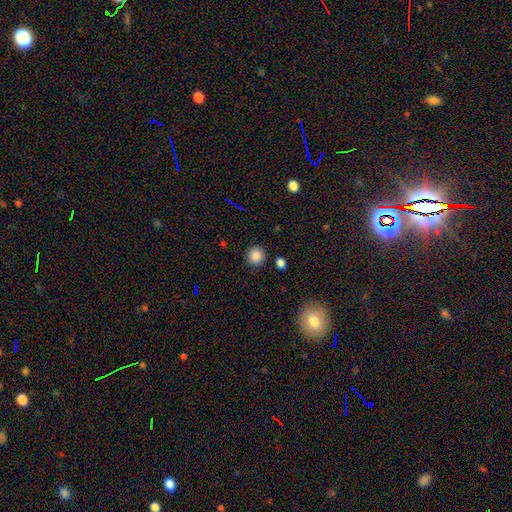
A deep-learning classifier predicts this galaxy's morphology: Smooth or featured? Predicted: smooth (p=0.86). How rounded? Predicted: round (p=0.92). Merging? Predicted: none (p=0.89).